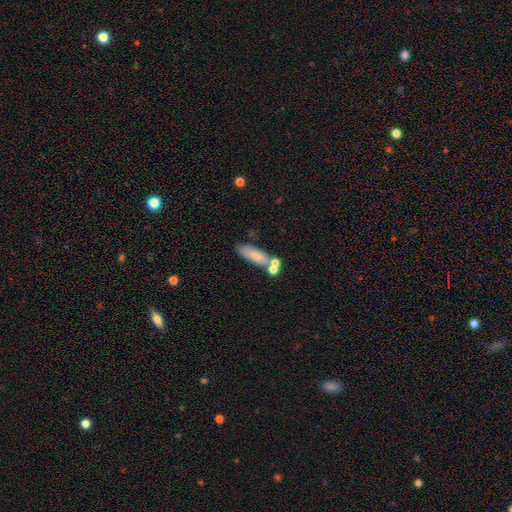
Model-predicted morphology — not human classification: smooth 74%, featured or disk 17%, star or artifact 8%. Down the decision tree: how rounded — in between (52%); merging — none (56%).